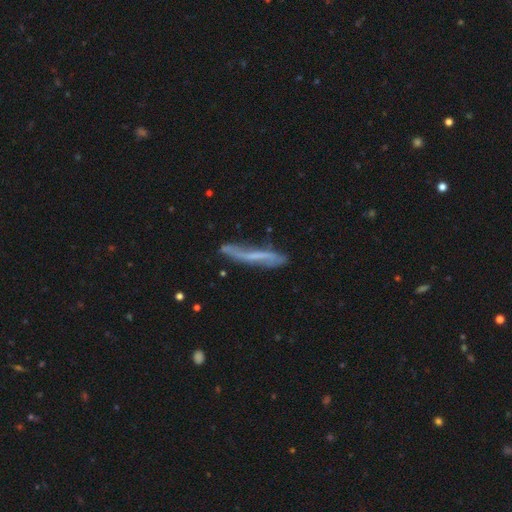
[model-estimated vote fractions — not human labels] Overall: featured or disk (59%; smooth 33%). Edge-on disk: yes (59%; no 41%). Merging: none (59%; minor disturbance 26%).